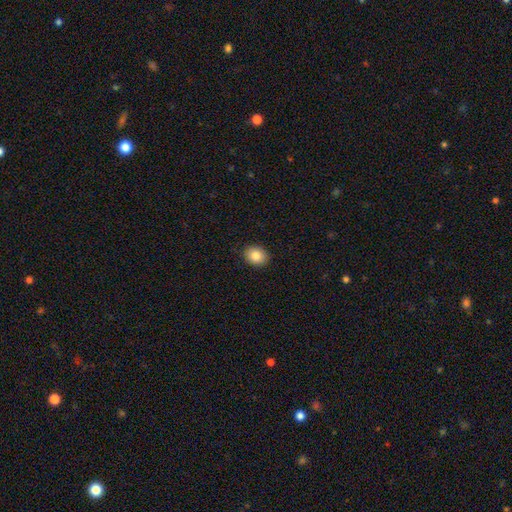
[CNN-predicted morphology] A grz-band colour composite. It shows a smooth galaxy with no disk features (85%) that is round (50%). Merging: none (90%).